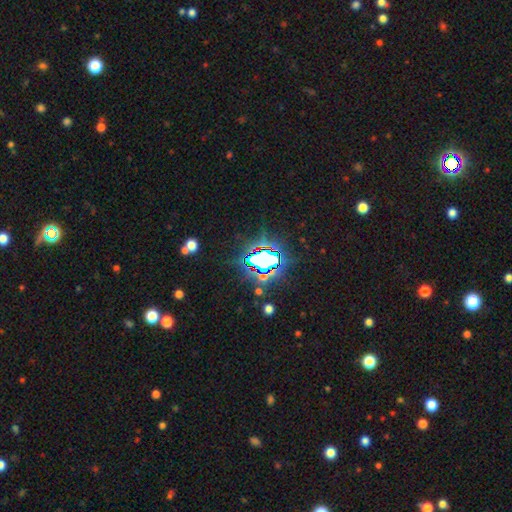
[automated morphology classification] Smooth or featured? Predicted: star or artifact (p=0.79).